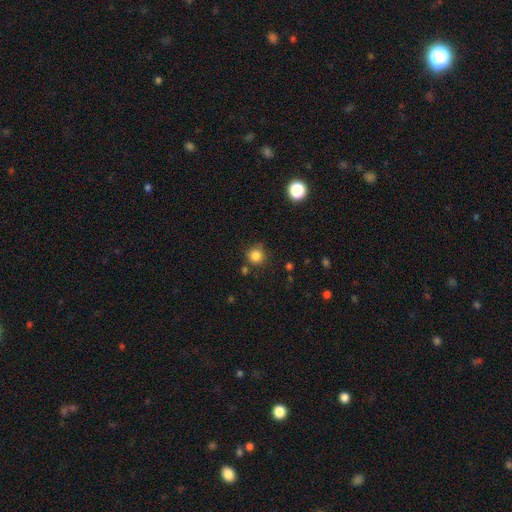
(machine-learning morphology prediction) Q: Smooth or featured?
A: smooth (84%); runner-up: star or artifact (12%)
Q: How rounded?
A: round (92%); runner-up: in between (7%)
Q: Merging?
A: none (77%); runner-up: minor disturbance (14%)